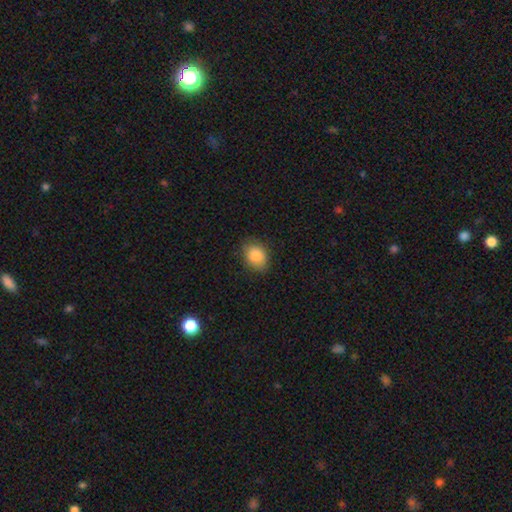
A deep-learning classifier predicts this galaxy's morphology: A smooth galaxy with no disk features (86%) that is in between round and cigar-shaped (67%).

Vote fractions:
- Smooth or featured? smooth: 86% / star or artifact: 8% / featured or disk: 6%
- How rounded? in between: 67% / round: 32% / cigar-shaped: 1%
- Merging? none: 82% / minor disturbance: 14% / major disturbance: 3% / merger: 1%